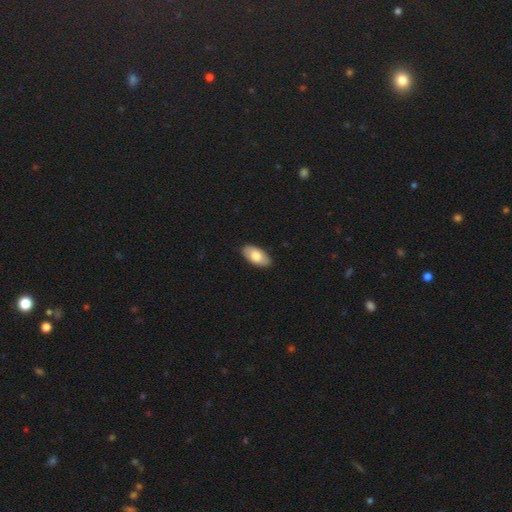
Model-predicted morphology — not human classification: smooth-or-featured: smooth: 76% | featured or disk: 19% | star or artifact: 6%
  how-rounded: in between: 94% | cigar-shaped: 3% | round: 2%
  merging: none: 89% | minor disturbance: 8% | major disturbance: 2% | merger: 1%